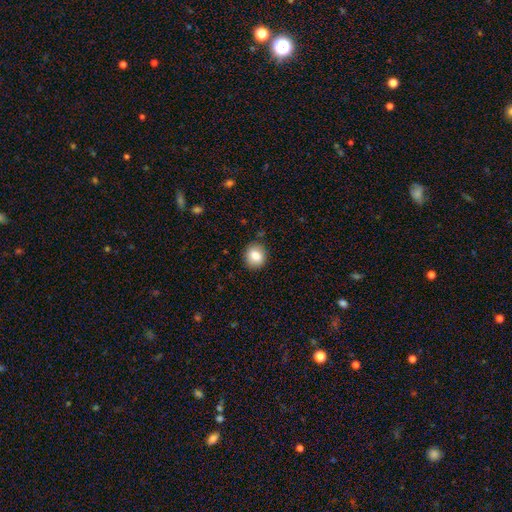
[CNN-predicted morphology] Smooth or featured?
  - smooth: 84% *
  - star or artifact: 9%
  - featured or disk: 8%
How rounded?
  - round: 71% *
  - in between: 28%
  - cigar-shaped: 1%
Merging?
  - none: 87% *
  - minor disturbance: 10%
  - major disturbance: 2%
  - merger: 1%